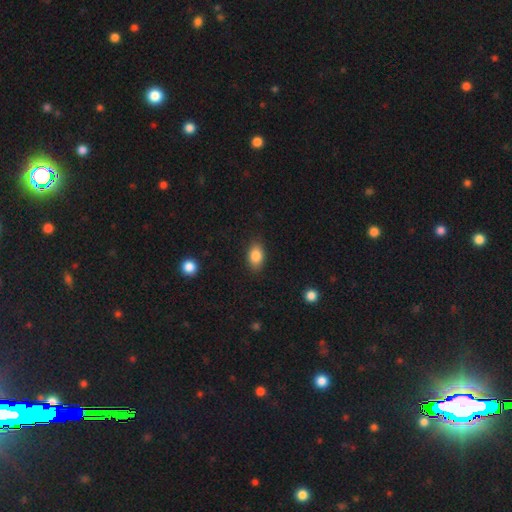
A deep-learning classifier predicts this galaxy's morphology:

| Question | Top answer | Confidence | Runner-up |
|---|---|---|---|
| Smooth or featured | smooth | 86% | star or artifact (8%) |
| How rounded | in between | 87% | round (12%) |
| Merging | none | 86% | minor disturbance (10%) |